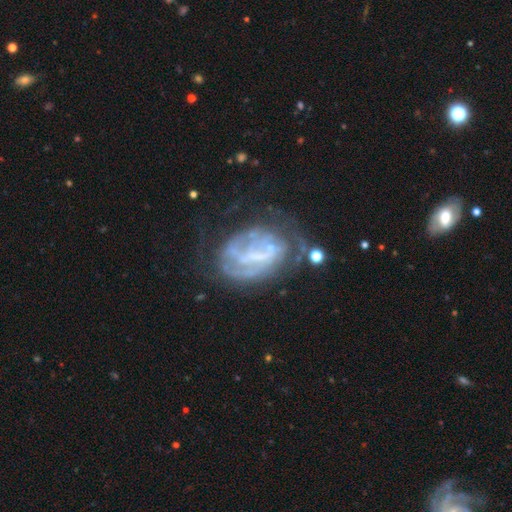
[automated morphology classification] This is likely a featured or disk galaxy (75%). It is clearly not viewed edge-on (97%). Bar: marginally weak (37%). Spiral arm pattern: likely yes (61%). Central bulge: marginally none (44%). Merging: marginally none (38%).